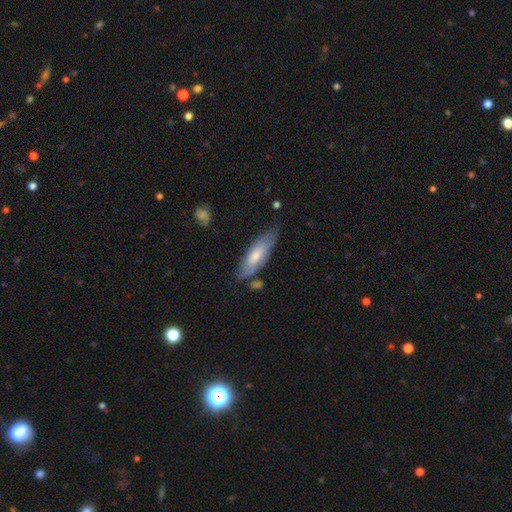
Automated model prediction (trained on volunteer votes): A smooth galaxy with no disk features (64%) that is in between round and cigar-shaped (51%).

Vote fractions:
- Smooth or featured? smooth: 64% / featured or disk: 31% / star or artifact: 5%
- How rounded? in between: 51% / cigar-shaped: 48% / round: 2%
- Merging? none: 66% / minor disturbance: 24% / major disturbance: 5% / merger: 4%